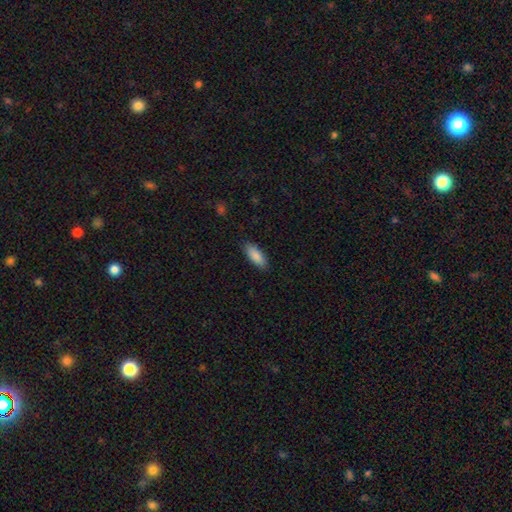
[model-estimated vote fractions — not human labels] Q: Smooth or featured?
A: smooth (88%); runner-up: featured or disk (6%)
Q: How rounded?
A: in between (72%); runner-up: cigar-shaped (26%)
Q: Merging?
A: none (88%); runner-up: minor disturbance (9%)